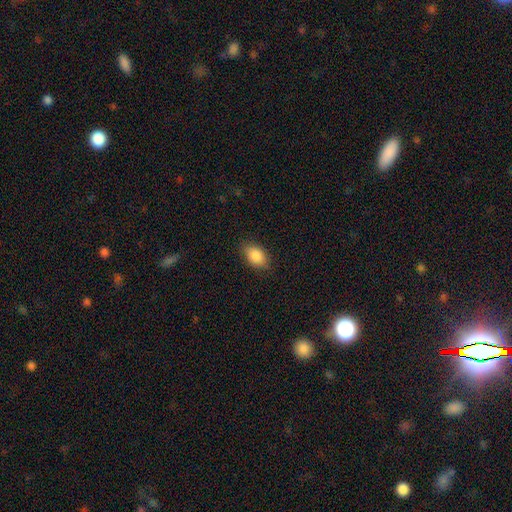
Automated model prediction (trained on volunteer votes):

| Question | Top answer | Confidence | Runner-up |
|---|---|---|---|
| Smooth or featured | smooth | 88% | star or artifact (7%) |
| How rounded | in between | 87% | round (12%) |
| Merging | none | 85% | minor disturbance (11%) |